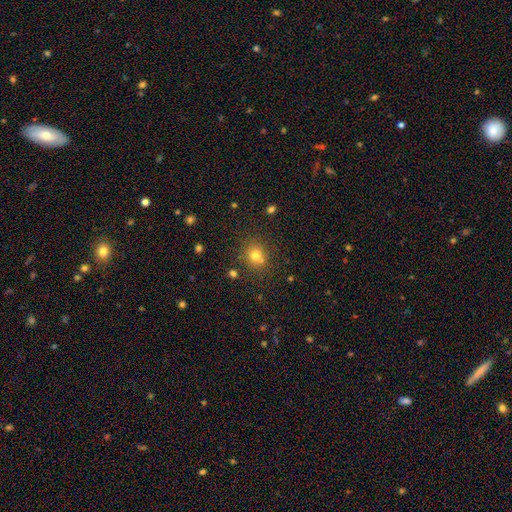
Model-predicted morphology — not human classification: A smooth galaxy with no disk features (74%) that is round (83%).

Vote fractions:
- Smooth or featured? smooth: 74% / star or artifact: 17% / featured or disk: 9%
- How rounded? round: 83% / in between: 16% / cigar-shaped: 1%
- Merging? none: 69% / merger: 17% / minor disturbance: 11% / major disturbance: 4%